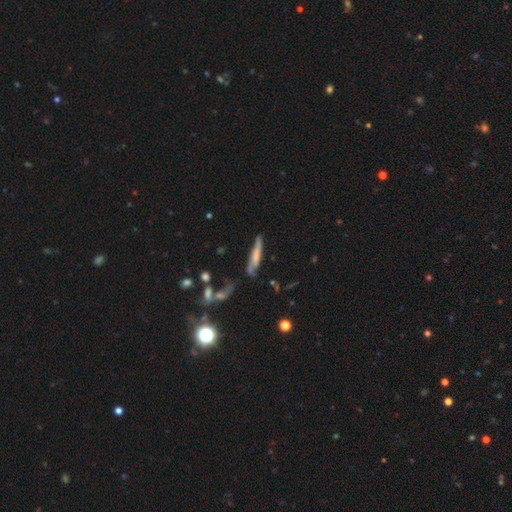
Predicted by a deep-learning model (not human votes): This appears to be a smooth galaxy with no disk features (50%). Merging: none (57%).